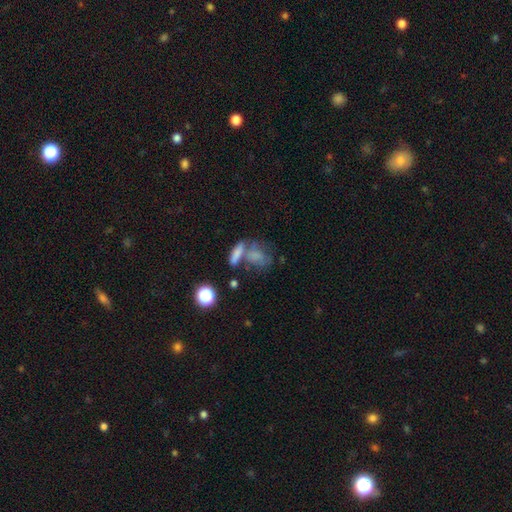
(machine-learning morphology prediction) A smooth galaxy with no disk features (66%) that is in between round and cigar-shaped (64%).

Vote fractions:
- Smooth or featured? smooth: 66% / featured or disk: 22% / star or artifact: 12%
- How rounded? in between: 64% / round: 24% / cigar-shaped: 12%
- Merging? merger: 46% / none: 31% / minor disturbance: 13% / major disturbance: 10%